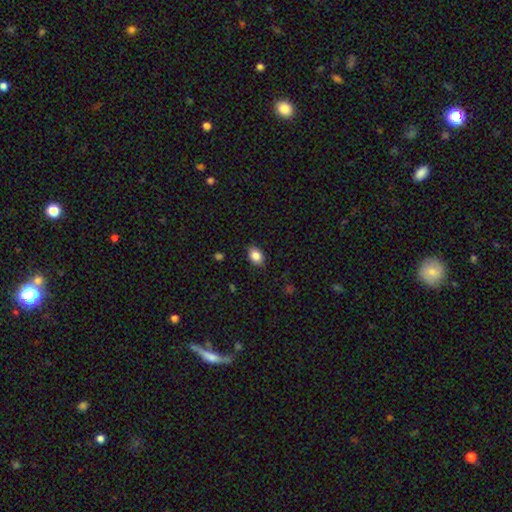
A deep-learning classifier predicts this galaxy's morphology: Q: Smooth or featured?
A: smooth (85%); runner-up: star or artifact (9%)
Q: How rounded?
A: in between (79%); runner-up: round (20%)
Q: Merging?
A: none (87%); runner-up: minor disturbance (10%)